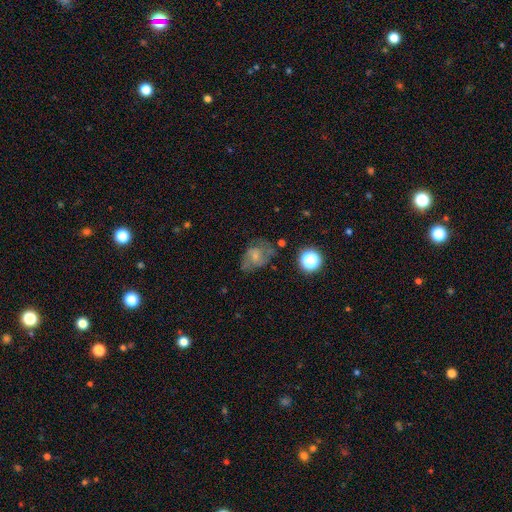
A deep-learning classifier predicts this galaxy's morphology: smooth 45%, featured or disk 43%, star or artifact 13%. Down the decision tree: merging — none (46%).